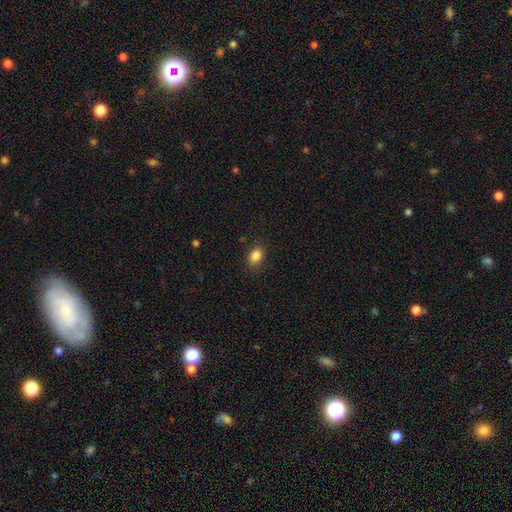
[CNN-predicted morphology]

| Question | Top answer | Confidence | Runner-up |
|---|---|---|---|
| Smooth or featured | smooth | 86% | star or artifact (9%) |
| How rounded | in between | 79% | round (19%) |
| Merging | none | 84% | minor disturbance (11%) |